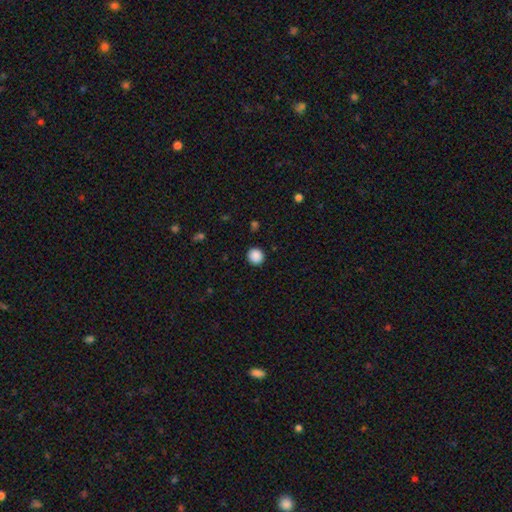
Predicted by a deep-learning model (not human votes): Morphology: type=smooth (89%); roundness=round (90%); merging=none (91%).